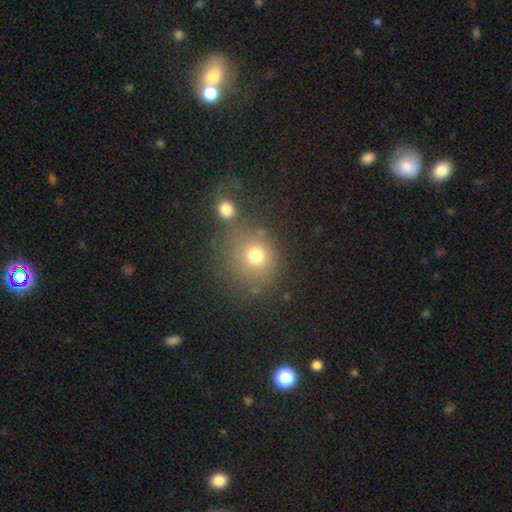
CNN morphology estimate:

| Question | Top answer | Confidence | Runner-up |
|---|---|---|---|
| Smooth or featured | smooth | 72% | star or artifact (17%) |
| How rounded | round | 82% | in between (17%) |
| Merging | none | 63% | merger (19%) |